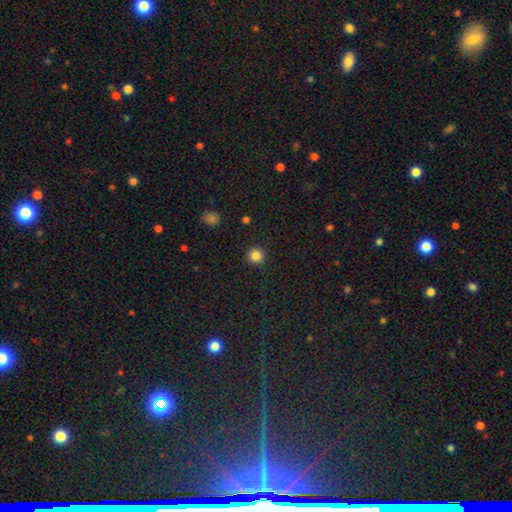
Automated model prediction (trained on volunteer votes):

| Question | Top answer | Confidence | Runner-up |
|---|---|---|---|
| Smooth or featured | smooth | 85% | star or artifact (11%) |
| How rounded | round | 95% | in between (4%) |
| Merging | none | 92% | minor disturbance (5%) |